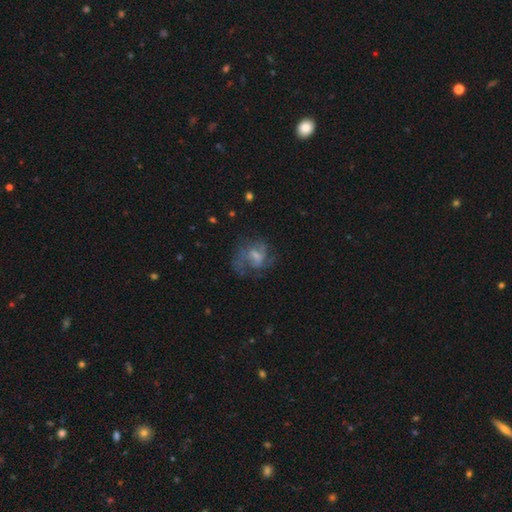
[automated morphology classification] This is likely a featured or disk galaxy (61%). It is clearly not viewed edge-on (97%). Bar: possibly weak (46%). Spiral arm pattern: likely yes (71%). Central bulge: marginally small (41%). Merging: possibly none (48%).